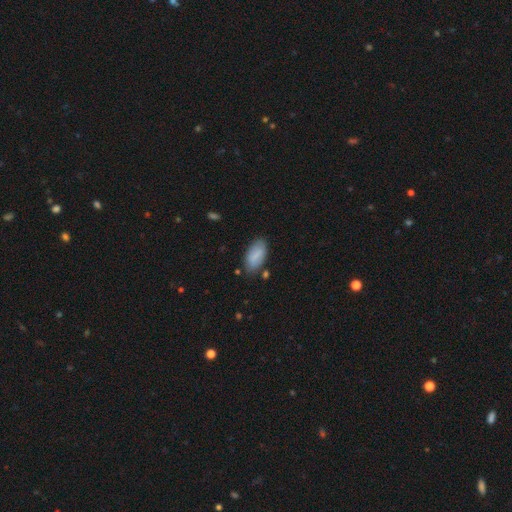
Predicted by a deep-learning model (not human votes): Smooth or featured? smooth (82%)
How rounded? in between (93%)
Merging? none (77%)